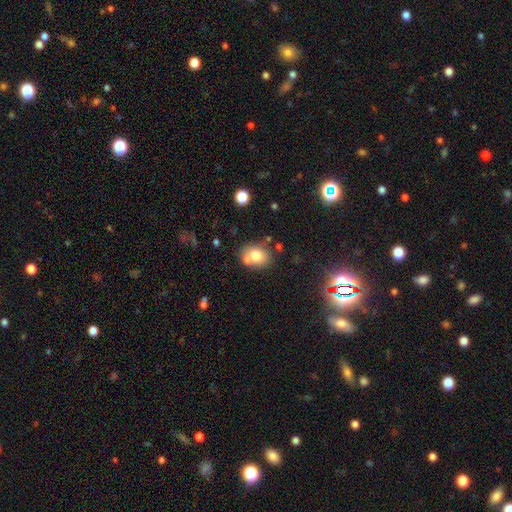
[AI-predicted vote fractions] Smooth or featured? smooth (74%)
How rounded? in between (56%)
Merging? none (59%)